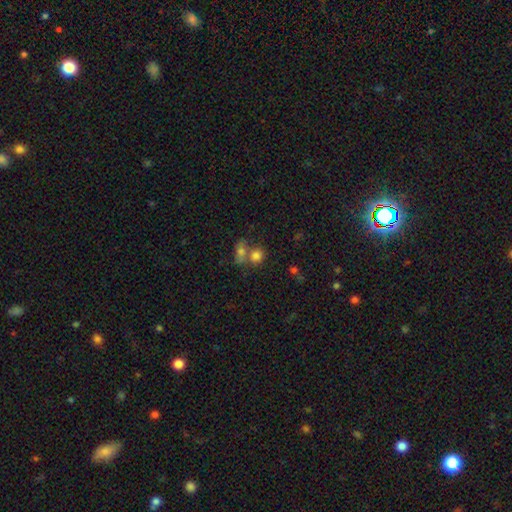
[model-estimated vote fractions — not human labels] Morphology: type=smooth (76%); roundness=round (64%); merging=merger (49%).